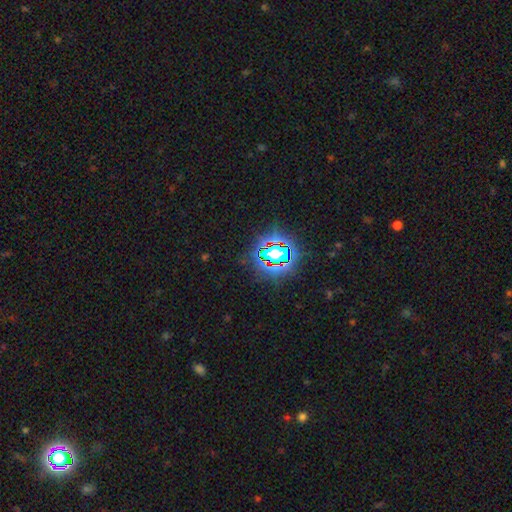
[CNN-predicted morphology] Overall: star or artifact (82%).